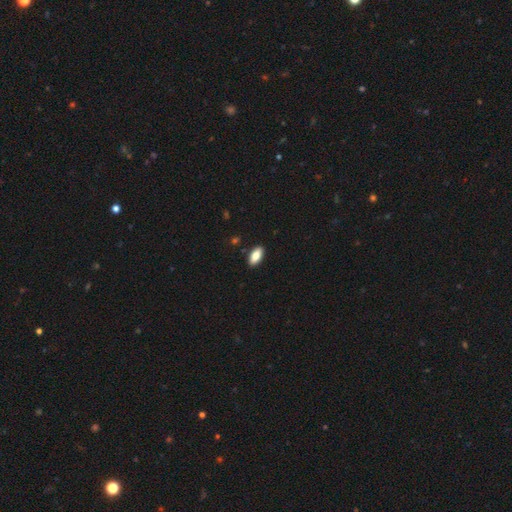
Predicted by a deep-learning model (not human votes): Q: Smooth or featured?
A: smooth (82%); runner-up: featured or disk (11%)
Q: How rounded?
A: in between (89%); runner-up: cigar-shaped (8%)
Q: Merging?
A: none (89%); runner-up: minor disturbance (8%)